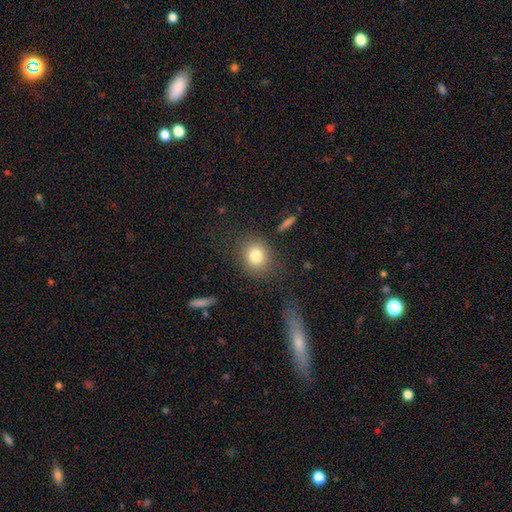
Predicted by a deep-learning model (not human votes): A smooth galaxy with no disk features (80%) that is round (72%).

Vote fractions:
- Smooth or featured? smooth: 80% / star or artifact: 10% / featured or disk: 9%
- How rounded? round: 72% / in between: 27% / cigar-shaped: 1%
- Merging? none: 82% / minor disturbance: 11% / major disturbance: 5% / merger: 3%